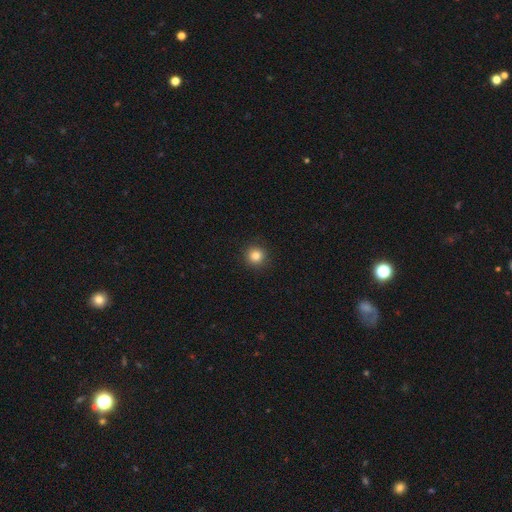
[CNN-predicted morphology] This appears to be a smooth galaxy with no disk features (83%) that is round (95%). Merging: none (93%).